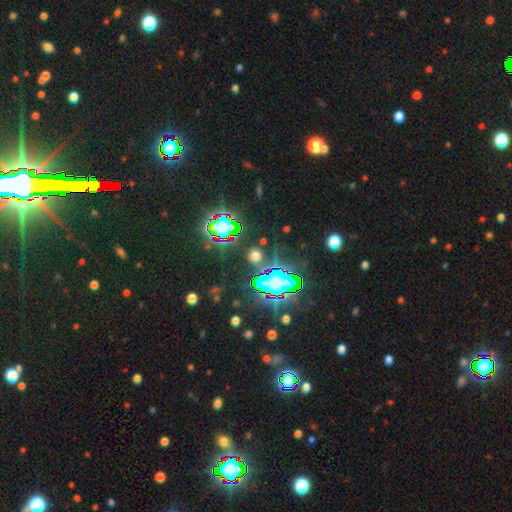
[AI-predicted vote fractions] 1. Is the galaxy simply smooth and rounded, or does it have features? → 67% star or artifact, 25% smooth, 9% featured or disk.